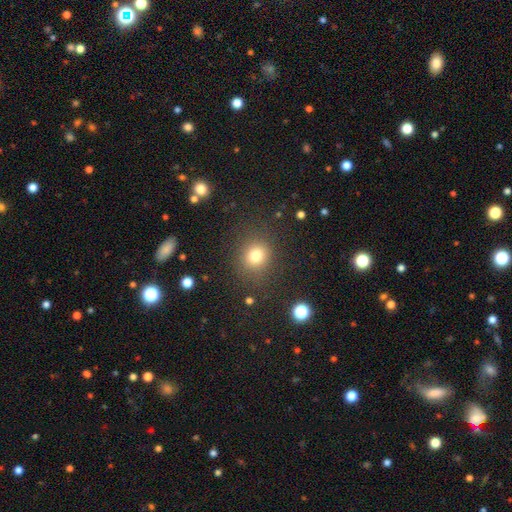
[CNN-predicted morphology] Smooth or featured: smooth — 78% (star or artifact — 15%)
How rounded: round — 78% (in between — 21%)
Merging: none — 84% (minor disturbance — 10%)